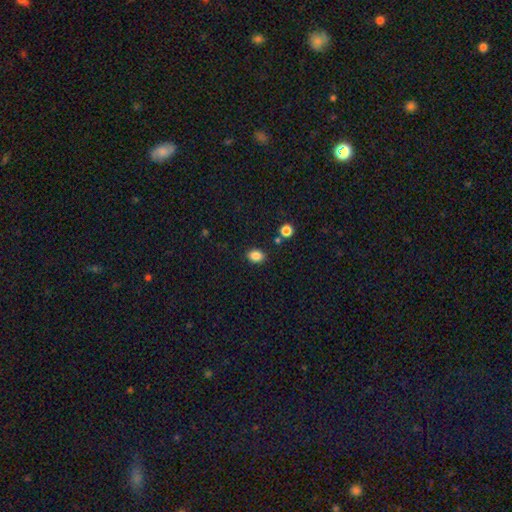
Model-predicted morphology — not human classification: Overall: smooth (86%). How rounded: in between (69%; round 30%). Merging: none (85%).